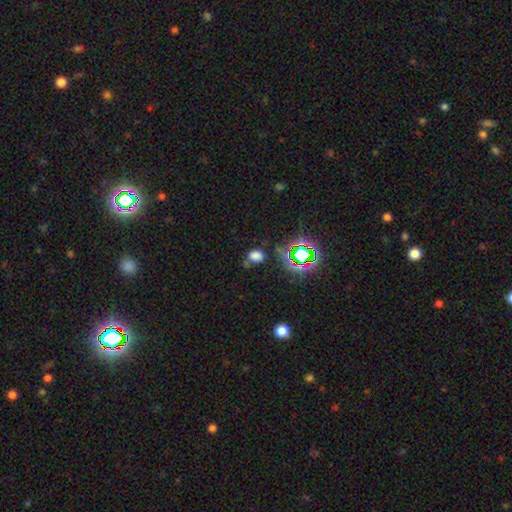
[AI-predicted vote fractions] A smooth galaxy with no disk features (65%) that is in between round and cigar-shaped (68%). Merging: none (62%).